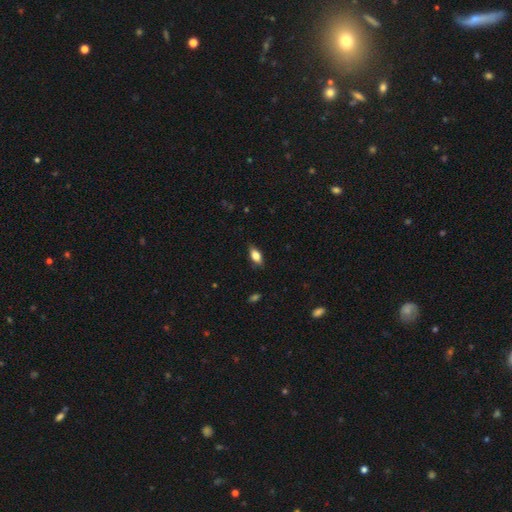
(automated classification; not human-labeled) This is likely a smooth galaxy (79%). How rounded: clearly in between (85%). Merging: clearly none (83%).